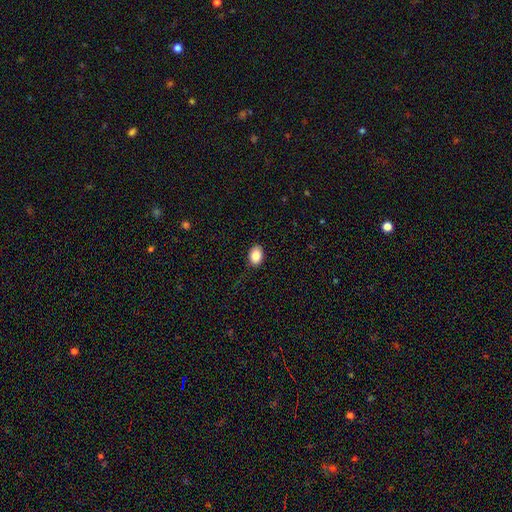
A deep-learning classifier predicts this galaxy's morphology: This appears to be a smooth galaxy with no disk features (85%) that is in between round and cigar-shaped (74%). Merging: none (85%).